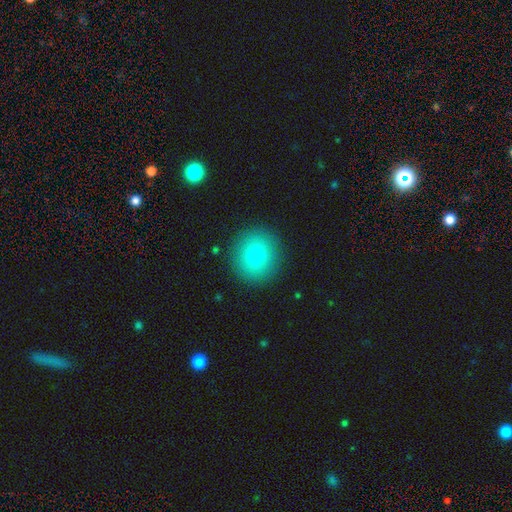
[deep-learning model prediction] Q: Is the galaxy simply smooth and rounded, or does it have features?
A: smooth — 77%.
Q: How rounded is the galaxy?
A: round — 92%.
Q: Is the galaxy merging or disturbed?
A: none — 91%.